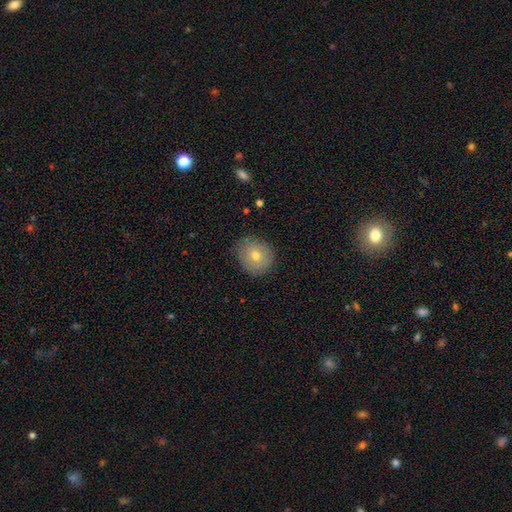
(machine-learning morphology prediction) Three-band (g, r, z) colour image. It shows a smooth galaxy with no disk features (71%) that is round (85%). Merging: none (82%).